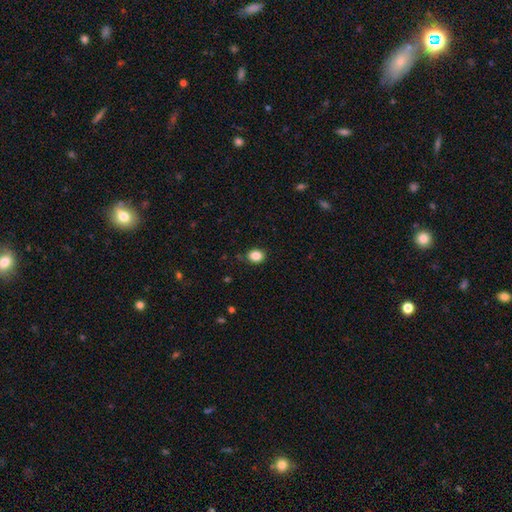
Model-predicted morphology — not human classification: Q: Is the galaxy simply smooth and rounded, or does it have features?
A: smooth — 86%.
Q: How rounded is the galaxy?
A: in between — 50%.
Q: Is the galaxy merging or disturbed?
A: none — 80%.